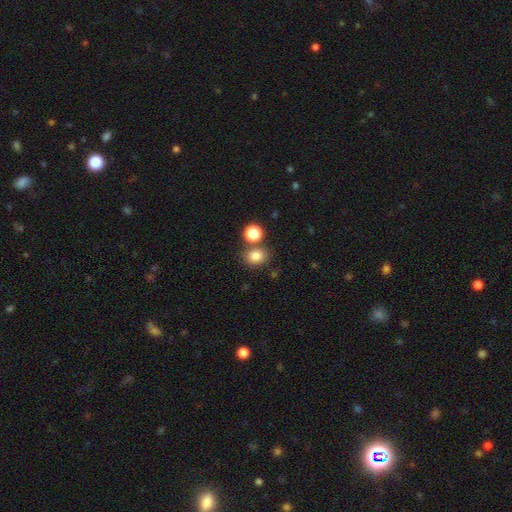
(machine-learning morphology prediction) This appears to be a smooth galaxy with no disk features (83%) that is round (51%). Merging: none (70%).